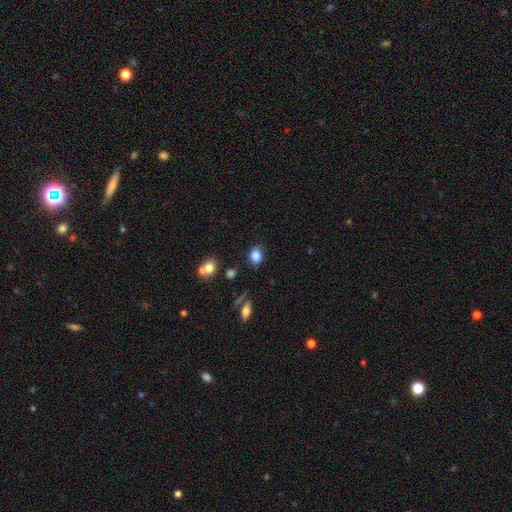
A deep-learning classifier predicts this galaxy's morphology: Q: Smooth or featured?
A: smooth (83%); runner-up: star or artifact (10%)
Q: How rounded?
A: in between (64%); runner-up: round (35%)
Q: Merging?
A: none (82%); runner-up: minor disturbance (11%)